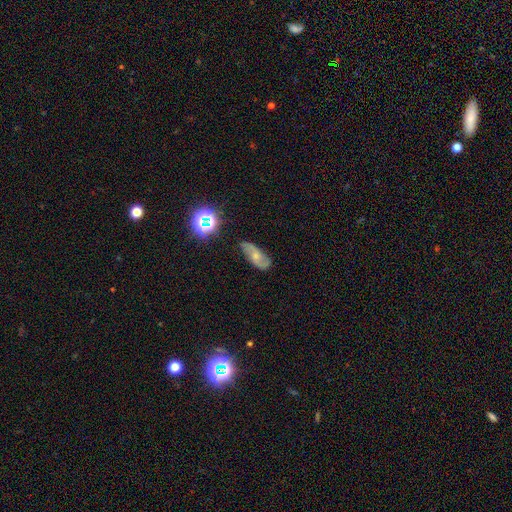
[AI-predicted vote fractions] Smooth or featured? featured or disk (50%)
Edge-on disk? no (89%)
Merging? none (69%)